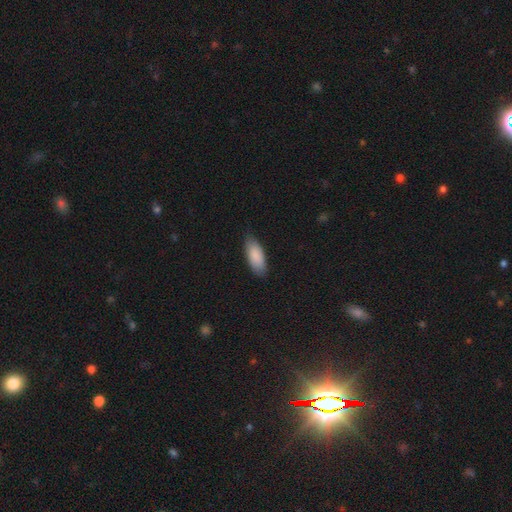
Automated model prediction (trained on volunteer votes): Morphology: type=smooth (89%); roundness=in between (84%); merging=none (81%).